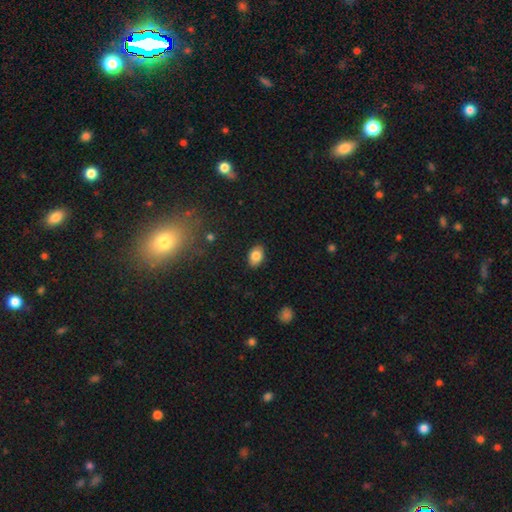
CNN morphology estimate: Q: Smooth or featured?
A: smooth (84%); runner-up: star or artifact (8%)
Q: How rounded?
A: in between (85%); runner-up: round (14%)
Q: Merging?
A: none (87%); runner-up: minor disturbance (10%)